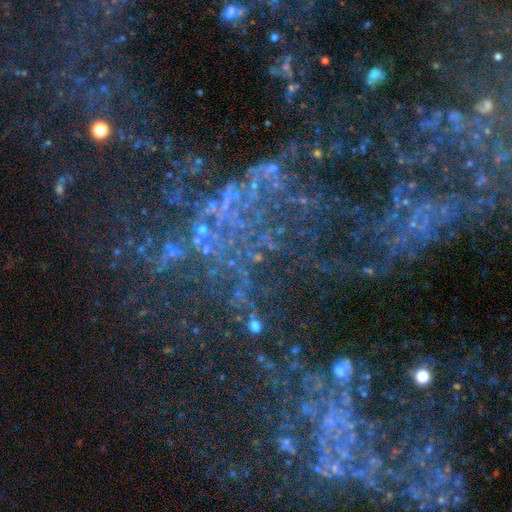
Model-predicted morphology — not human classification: This is likely a star or artifact rather than a galaxy (69%).